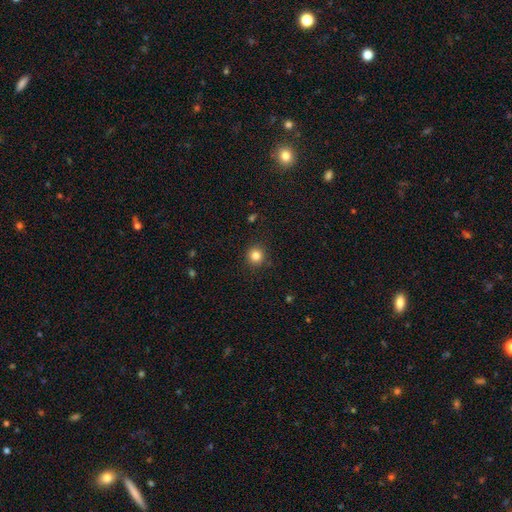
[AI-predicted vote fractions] Smooth or featured? Predicted: smooth (p=0.83). How rounded? Predicted: round (p=0.92). Merging? Predicted: none (p=0.91).